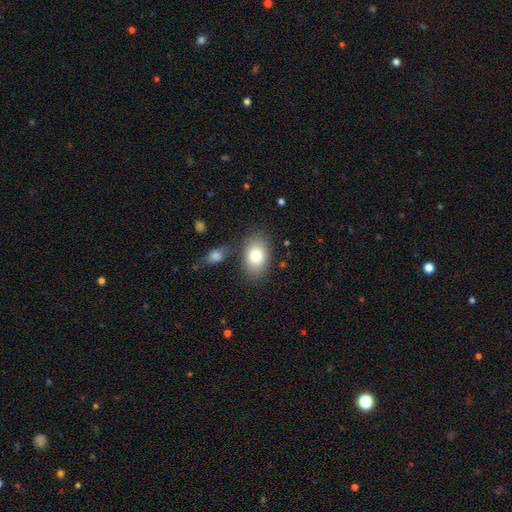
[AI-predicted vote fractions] Overall: smooth (79%). How rounded: in between (87%). Merging: none (78%).